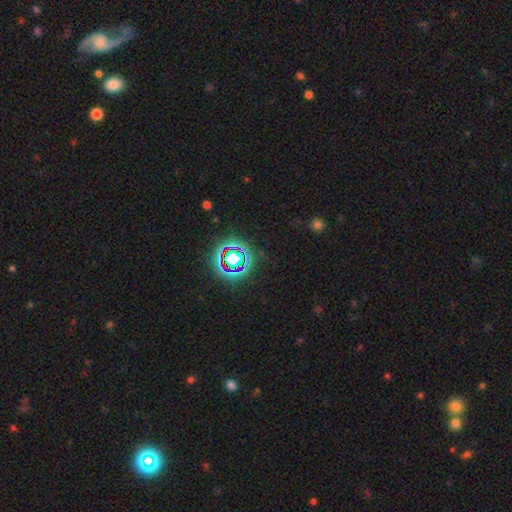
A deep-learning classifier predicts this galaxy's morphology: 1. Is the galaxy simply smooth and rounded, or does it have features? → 75% star or artifact, 15% smooth, 10% featured or disk.